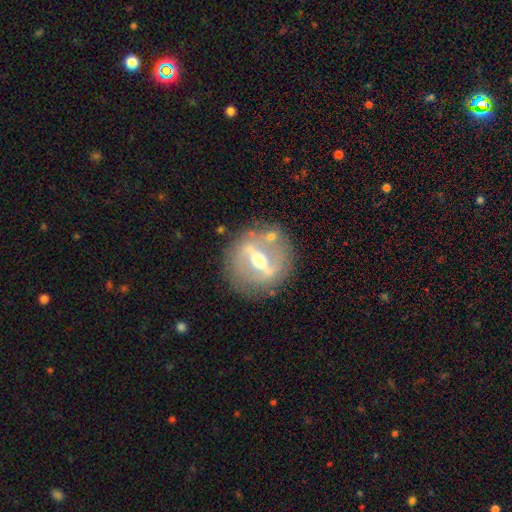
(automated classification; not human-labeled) Smooth or featured: featured or disk — 79% (smooth — 14%)
Edge-on disk: no — 71% (yes — 29%)
Bar: strong — 75% (weak — 18%)
Spiral arms: no — 69% (yes — 31%)
Bulge size: moderate — 70% (small — 20%)
Merging: none — 80% (minor disturbance — 11%)